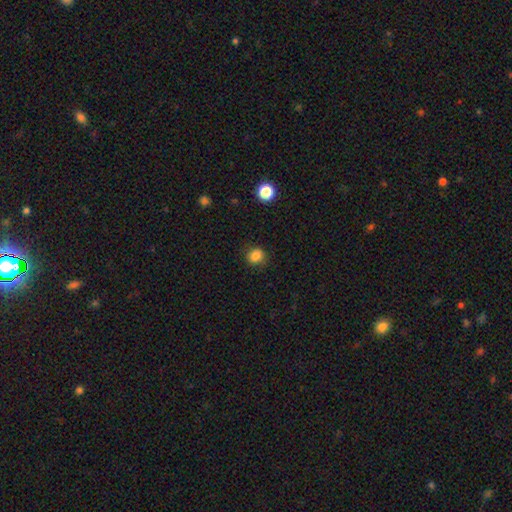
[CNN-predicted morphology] The model was most divided on "how rounded": round: 74%, in between: 25%, cigar-shaped: 1%. More confident: merging — none (84%); smooth or featured — smooth (84%).